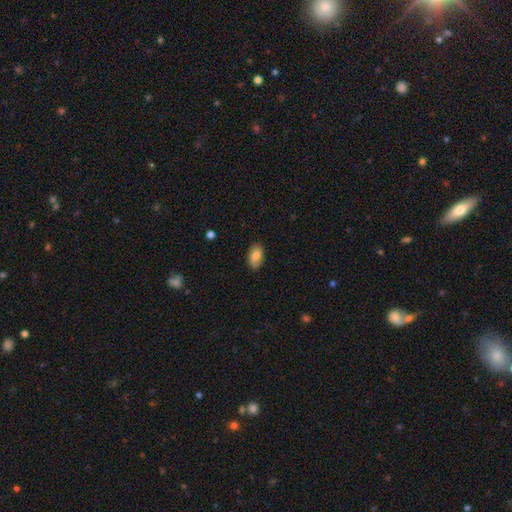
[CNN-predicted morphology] type=smooth (77%); roundness=in between (92%); merging=none (82%).